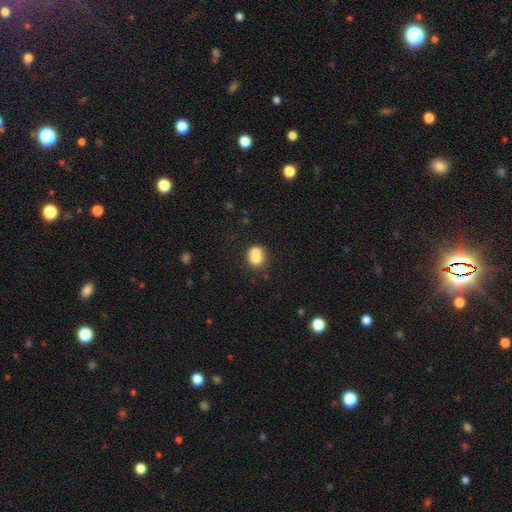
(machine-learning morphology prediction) smooth 72%, featured or disk 18%, star or artifact 10%. Down the decision tree: how rounded — round (67%); merging — merger (55%).